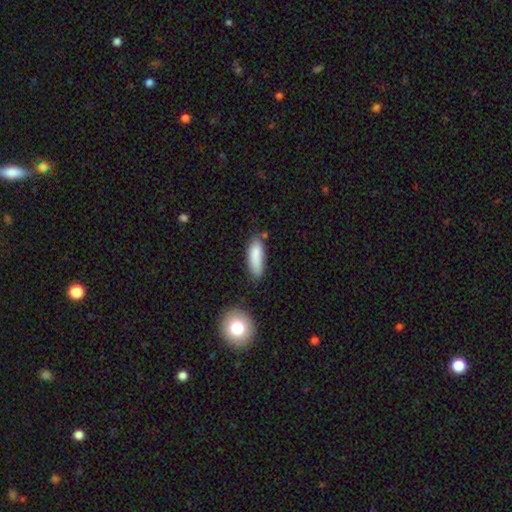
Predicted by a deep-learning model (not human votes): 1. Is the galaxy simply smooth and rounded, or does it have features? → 85% smooth, 8% featured or disk, 7% star or artifact.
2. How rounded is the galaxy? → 57% in between, 41% cigar-shaped, 2% round.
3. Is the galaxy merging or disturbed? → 64% none, 24% minor disturbance, 7% merger, 6% major disturbance.